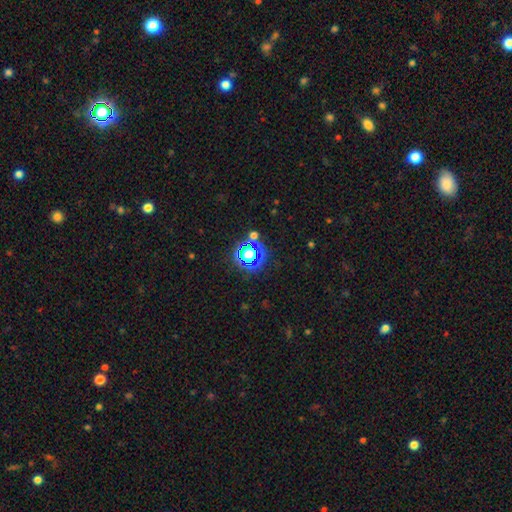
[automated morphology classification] Smooth or featured?
  - star or artifact: 78% *
  - smooth: 15%
  - featured or disk: 7%